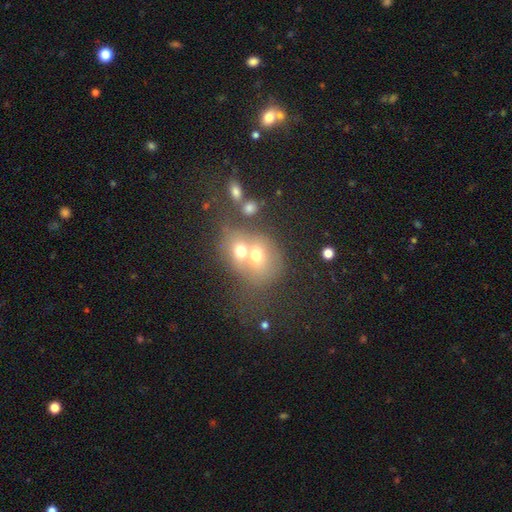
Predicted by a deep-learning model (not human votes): This appears to be a smooth galaxy with no disk features (62%) that is round (66%). Merging: merger (64%).